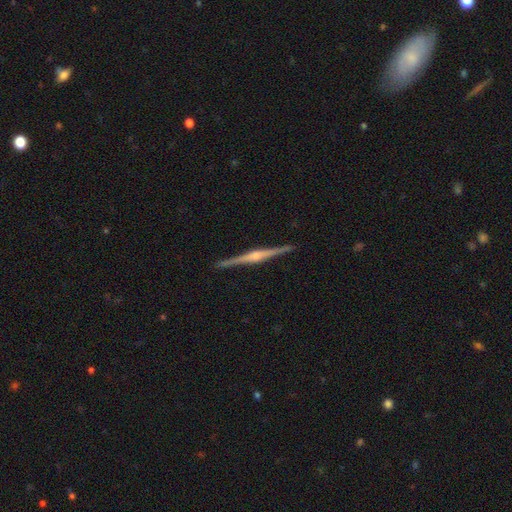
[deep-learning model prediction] smooth-or-featured: featured or disk: 88% | smooth: 8% | star or artifact: 5%
  disk-edge-on: yes: 99% | no: 1%
    edge-on-bulge: rounded: 80% | boxy: 14% | none: 7%
  merging: none: 92% | minor disturbance: 5% | major disturbance: 1% | merger: 1%